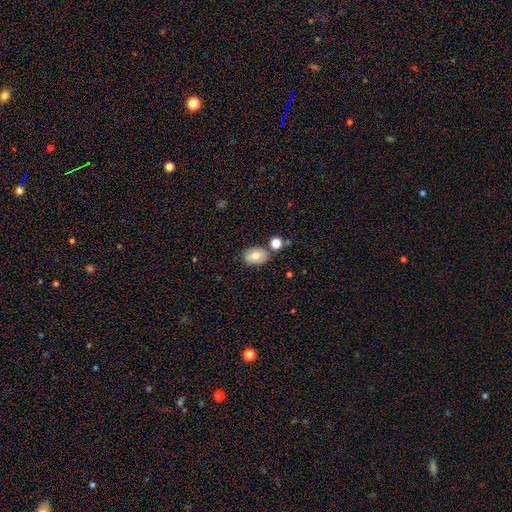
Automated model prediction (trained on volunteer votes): Smooth or featured? smooth (73%)
How rounded? in between (84%)
Merging? none (75%)